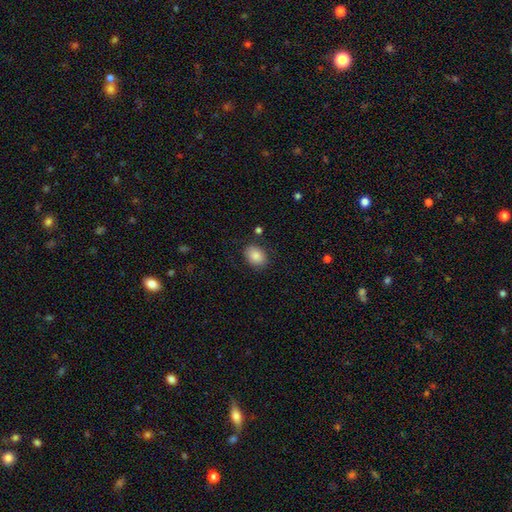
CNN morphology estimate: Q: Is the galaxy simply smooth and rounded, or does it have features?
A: smooth — 87%.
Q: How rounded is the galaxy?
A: in between — 66%.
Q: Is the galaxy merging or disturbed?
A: none — 84%.